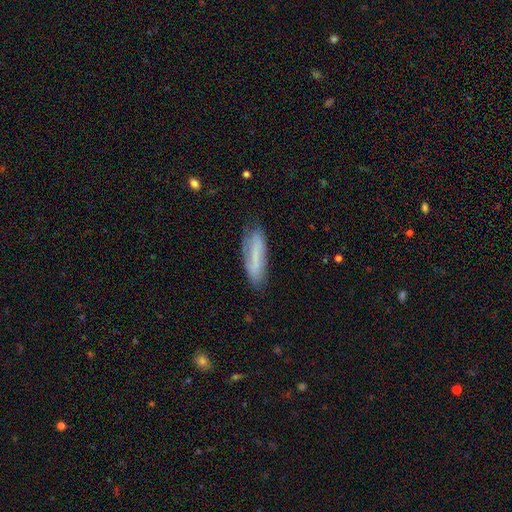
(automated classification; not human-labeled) This is possibly a smooth galaxy (56%). How rounded: possibly cigar-shaped (58%). Merging: likely none (71%).